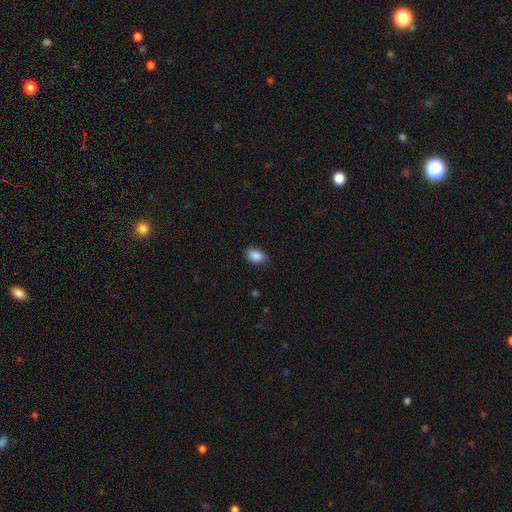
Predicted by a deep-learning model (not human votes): This appears to be a smooth galaxy with no disk features (88%) that is in between round and cigar-shaped (84%). Merging: none (83%).